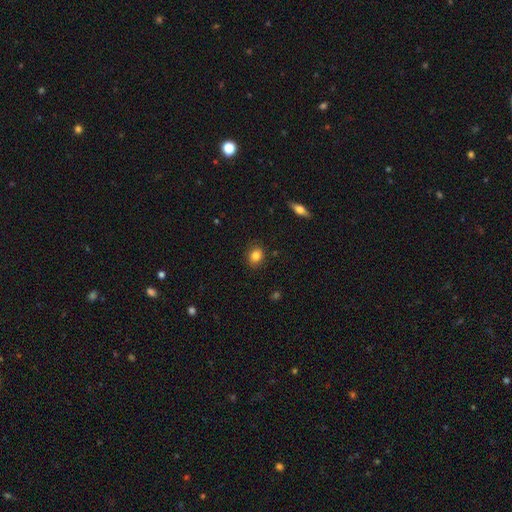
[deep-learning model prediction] Morphology: type=smooth (83%); roundness=round (60%); merging=none (86%).